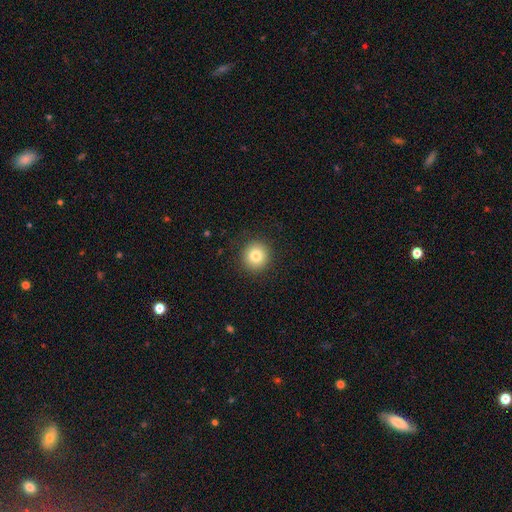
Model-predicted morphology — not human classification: Q: Smooth or featured?
A: smooth (81%); runner-up: star or artifact (10%)
Q: How rounded?
A: round (93%); runner-up: in between (7%)
Q: Merging?
A: none (90%); runner-up: minor disturbance (6%)